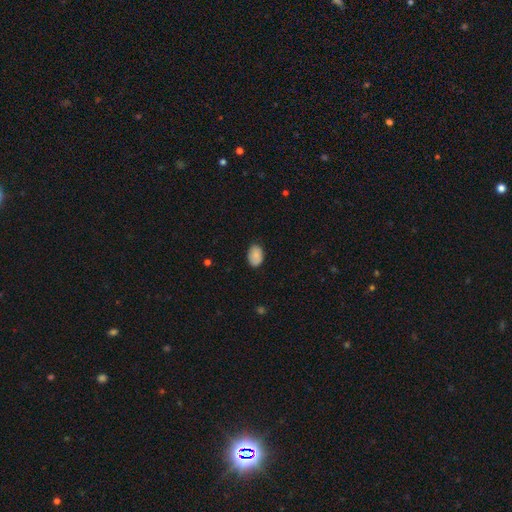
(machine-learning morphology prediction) This appears to be a smooth galaxy with no disk features (85%) that is in between round and cigar-shaped (86%). Merging: none (82%).